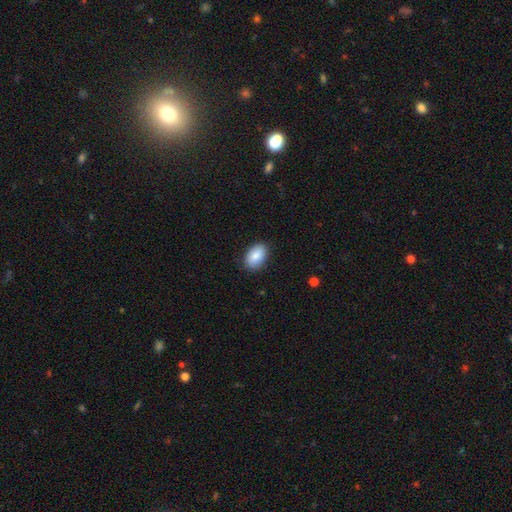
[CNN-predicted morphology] This is clearly a smooth galaxy (87%). How rounded: clearly in between (91%). Merging: clearly none (86%).